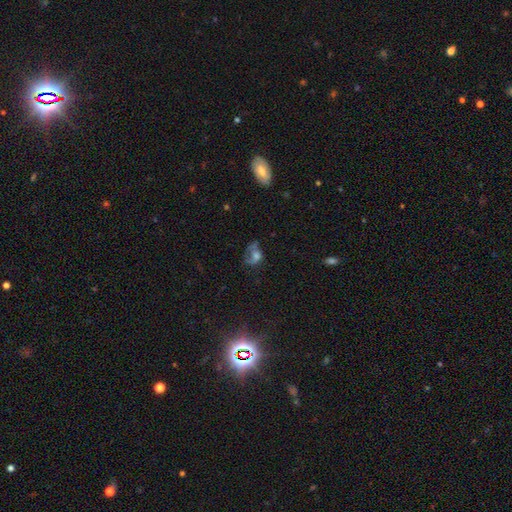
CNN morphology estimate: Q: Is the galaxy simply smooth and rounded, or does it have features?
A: smooth — 42%.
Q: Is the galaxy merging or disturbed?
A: major disturbance — 40%.